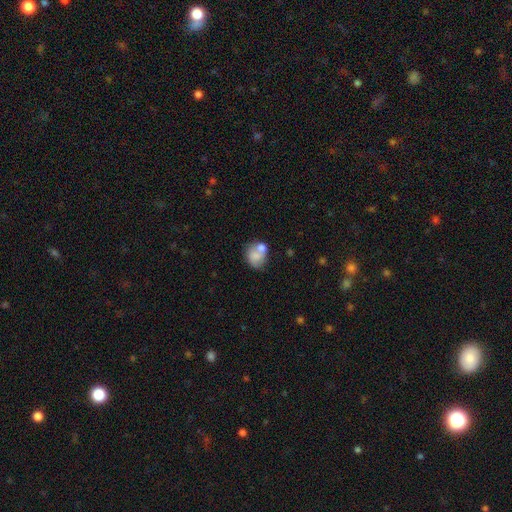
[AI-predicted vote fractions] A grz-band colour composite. It shows a smooth galaxy with no disk features (67%) that is round (58%). Merging: none (39%).